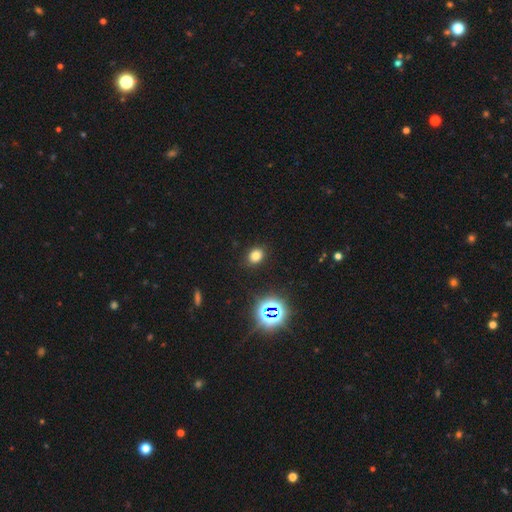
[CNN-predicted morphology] A smooth galaxy with no disk features (73%) that is round (50%). Merging: none (88%).